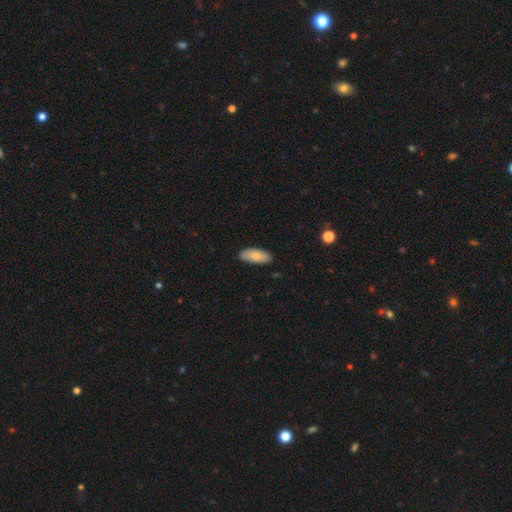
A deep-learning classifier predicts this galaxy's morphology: Overall: smooth (81%). How rounded: in between (82%). Merging: none (87%).